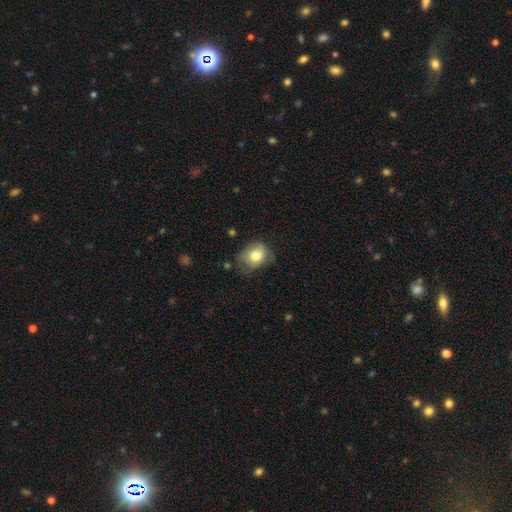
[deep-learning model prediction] Q: Smooth or featured?
A: smooth (78%); runner-up: featured or disk (13%)
Q: How rounded?
A: round (51%); runner-up: in between (48%)
Q: Merging?
A: none (51%); runner-up: minor disturbance (34%)